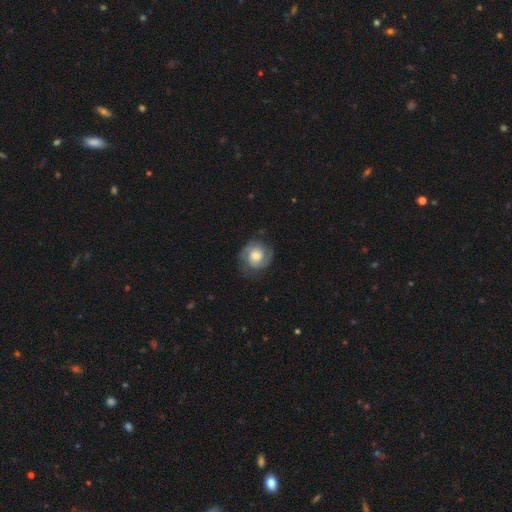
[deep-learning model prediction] smooth-or-featured: featured or disk: 70% | smooth: 24% | star or artifact: 6%
  disk-edge-on: no: 98% | yes: 2%
    bar: no: 67% | weak: 27% | strong: 5%
    has-spiral-arms: yes: 91% | no: 9%
      spiral-winding: tight: 49% | medium: 39% | loose: 12%
      spiral-arm-count: 2: 79% | can't tell: 11% | 3: 4% | 1: 3% | 4: 2% | more than 4: 2%
    bulge-size: moderate: 55% | large: 24% | small: 15% | none: 3% | dominant: 2%
  merging: none: 72% | minor disturbance: 18% | major disturbance: 8% | merger: 1%